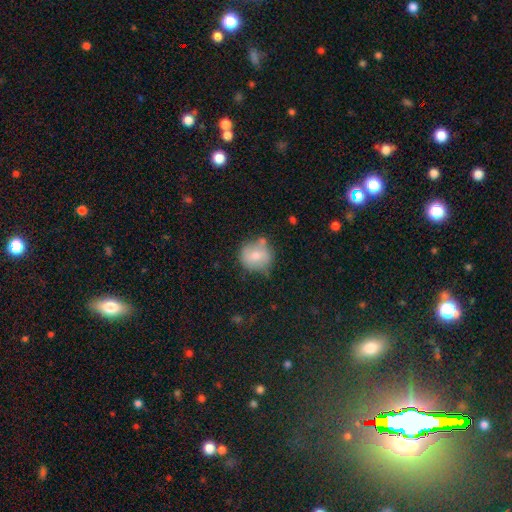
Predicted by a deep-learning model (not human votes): The model was most divided on "merging": none: 60%, minor disturbance: 24%, merger: 9%, major disturbance: 7%. More confident: how rounded — round (85%); smooth or featured — smooth (67%).